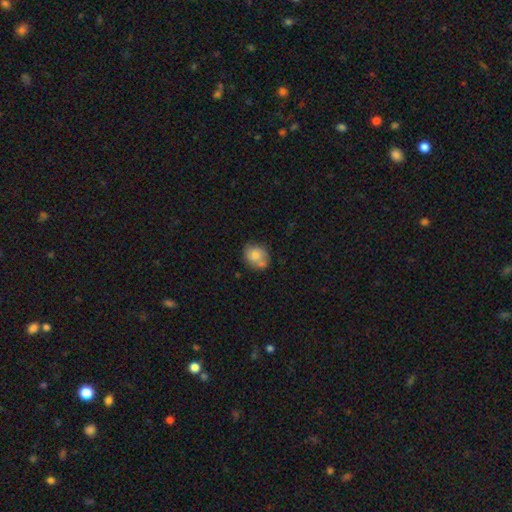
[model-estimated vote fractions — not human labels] smooth 73%, featured or disk 19%, star or artifact 8%. Down the decision tree: how rounded — round (66%); merging — none (54%).